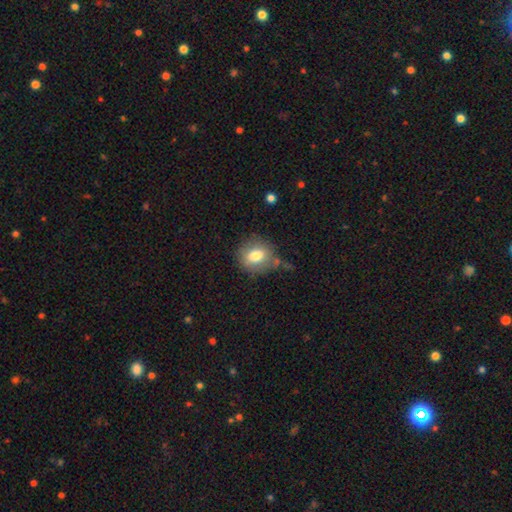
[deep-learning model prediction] The model was most divided on "how rounded": round: 74%, in between: 25%, cigar-shaped: 1%. More confident: smooth or featured — smooth (78%); merging — none (72%).